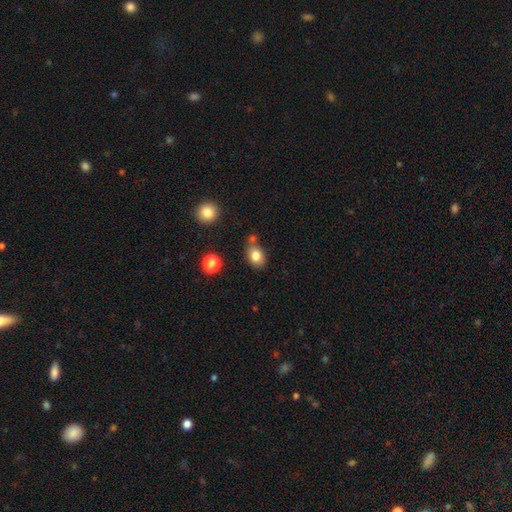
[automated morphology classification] A smooth galaxy with no disk features (81%) that is in between round and cigar-shaped (66%).

Vote fractions:
- Smooth or featured? smooth: 81% / star or artifact: 10% / featured or disk: 9%
- How rounded? in between: 66% / round: 33% / cigar-shaped: 1%
- Merging? none: 62% / minor disturbance: 19% / merger: 14% / major disturbance: 5%